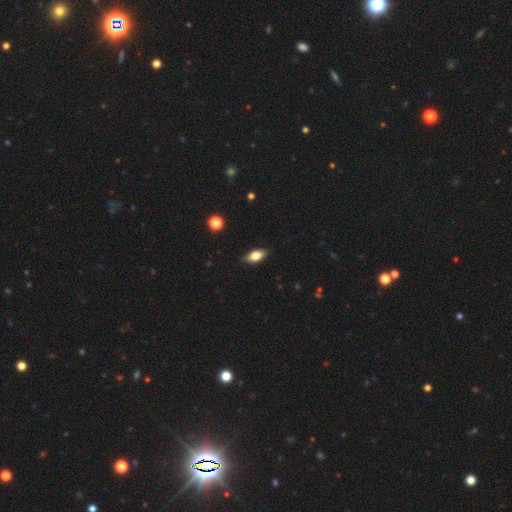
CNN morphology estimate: Smooth or featured?
  - smooth: 68% *
  - featured or disk: 24%
  - star or artifact: 8%
How rounded?
  - in between: 82% *
  - cigar-shaped: 12%
  - round: 5%
Merging?
  - none: 84% *
  - minor disturbance: 13%
  - major disturbance: 2%
  - merger: 1%